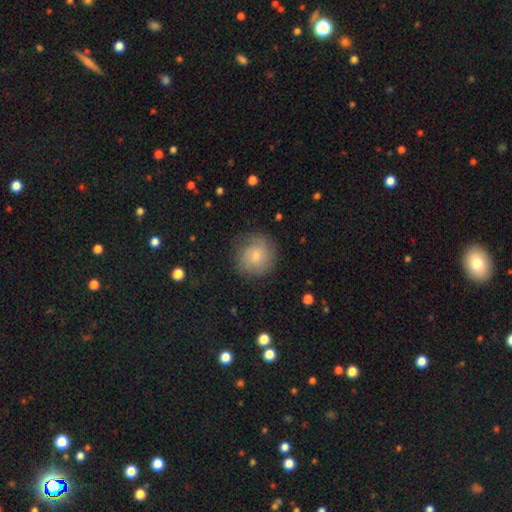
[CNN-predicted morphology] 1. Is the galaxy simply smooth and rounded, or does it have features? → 67% smooth, 25% featured or disk, 8% star or artifact.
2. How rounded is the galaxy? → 91% round, 8% in between, 1% cigar-shaped.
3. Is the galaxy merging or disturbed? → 73% none, 18% minor disturbance, 7% major disturbance, 1% merger.